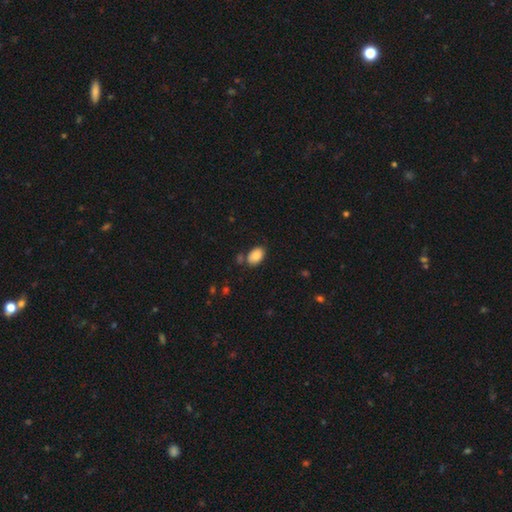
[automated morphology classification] The model was most divided on "merging": none: 74%, minor disturbance: 15%, merger: 7%, major disturbance: 4%. More confident: how rounded — in between (89%); smooth or featured — smooth (88%).